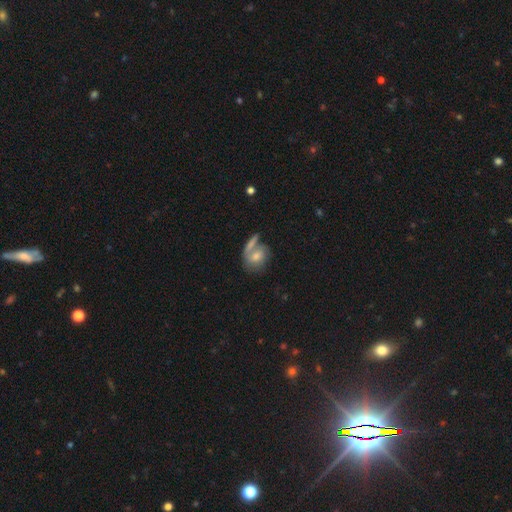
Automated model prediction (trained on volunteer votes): Smooth or featured? Predicted: smooth (p=0.62). How rounded? Predicted: in between (p=0.50). Merging? Predicted: none (p=0.39).